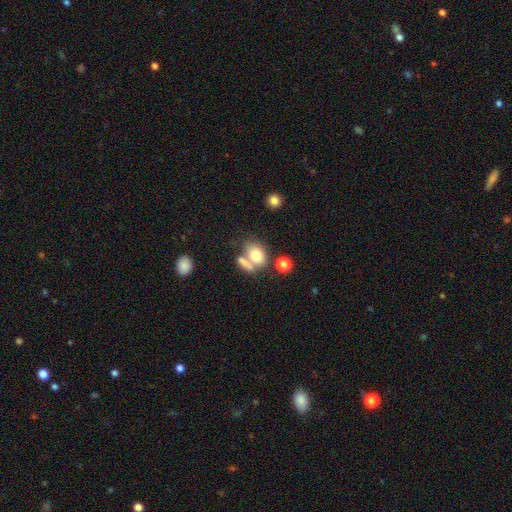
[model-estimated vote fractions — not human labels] This is likely a smooth galaxy (77%). How rounded: likely in between (67%). Merging: marginally merger (43%).